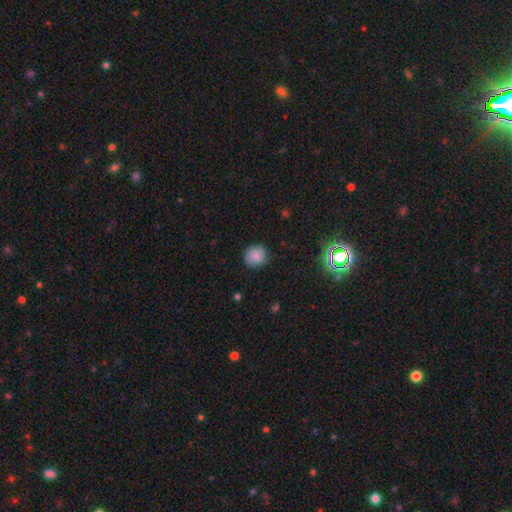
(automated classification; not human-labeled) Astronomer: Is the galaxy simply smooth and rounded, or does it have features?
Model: smooth — 85%.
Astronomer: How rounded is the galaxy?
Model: round — 88%.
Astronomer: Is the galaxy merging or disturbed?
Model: none — 86%.